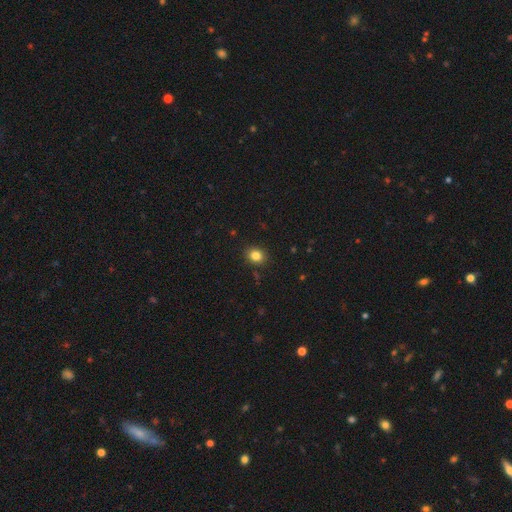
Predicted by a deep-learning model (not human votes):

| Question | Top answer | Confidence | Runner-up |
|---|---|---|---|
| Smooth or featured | smooth | 83% | star or artifact (11%) |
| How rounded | round | 63% | in between (36%) |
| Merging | none | 89% | minor disturbance (8%) |